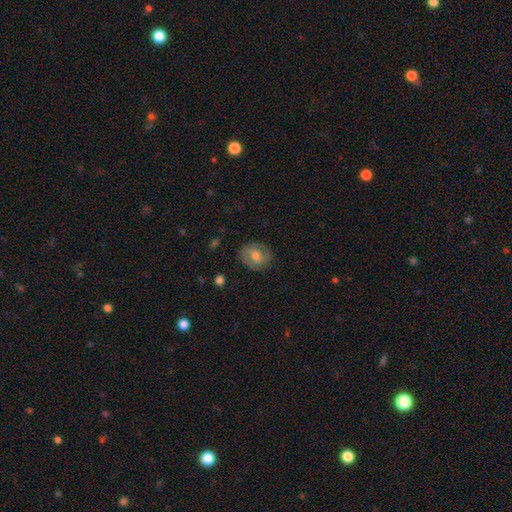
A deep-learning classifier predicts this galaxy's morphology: This appears to be a featured or disk galaxy (46%). Merging: none (83%).